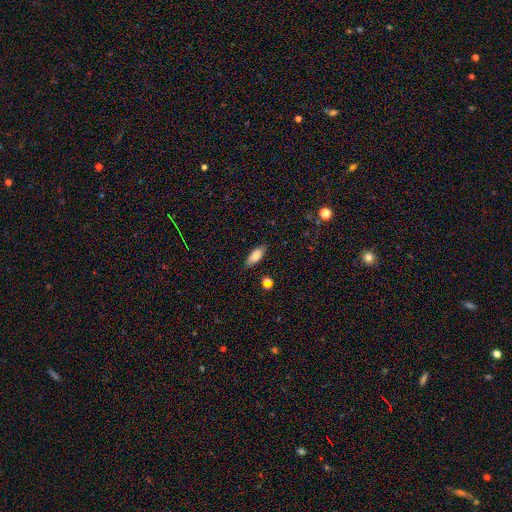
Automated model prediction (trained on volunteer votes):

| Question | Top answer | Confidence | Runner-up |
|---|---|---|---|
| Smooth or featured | smooth | 83% | featured or disk (10%) |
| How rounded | in between | 81% | cigar-shaped (16%) |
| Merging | none | 83% | minor disturbance (12%) |